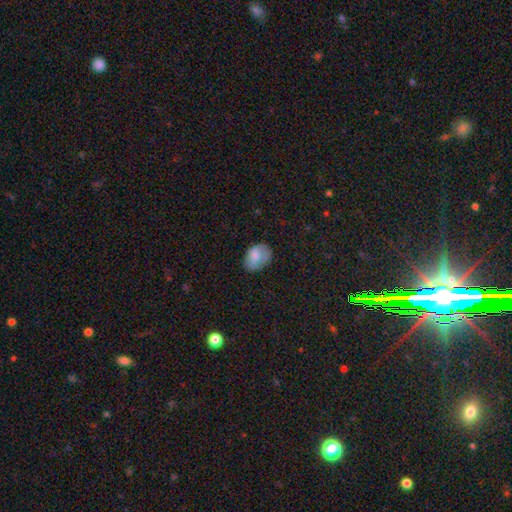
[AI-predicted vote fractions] smooth 74%, featured or disk 18%, star or artifact 9%. Down the decision tree: how rounded — in between (75%); merging — none (60%).